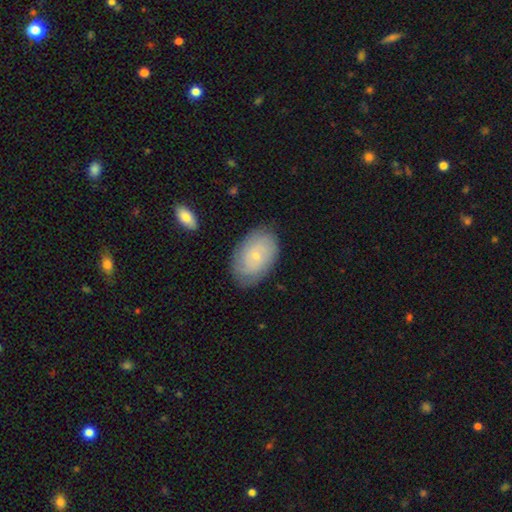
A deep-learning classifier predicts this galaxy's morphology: type=featured or disk (55%); edge-on=no (95%); bar=no (81%); spiral arms=yes (81%); bulge=small (80%); merging=none (79%).